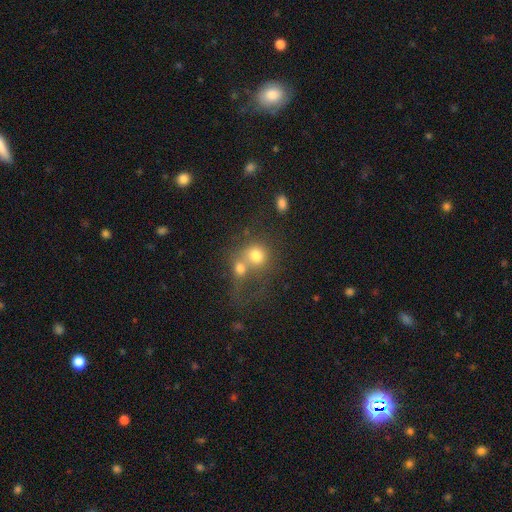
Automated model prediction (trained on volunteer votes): The model was most divided on "merging": merger: 59%, none: 27%, minor disturbance: 7%, major disturbance: 7%. More confident: how rounded — round (77%); smooth or featured — smooth (71%).